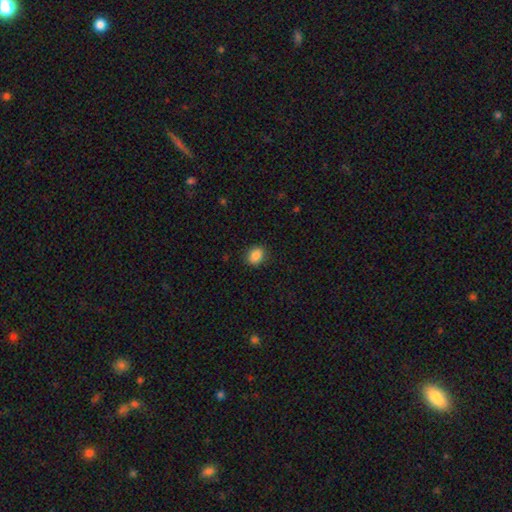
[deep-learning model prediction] The model was most divided on "how rounded": in between: 52%, round: 47%, cigar-shaped: 1%. More confident: merging — none (88%); smooth or featured — smooth (87%).